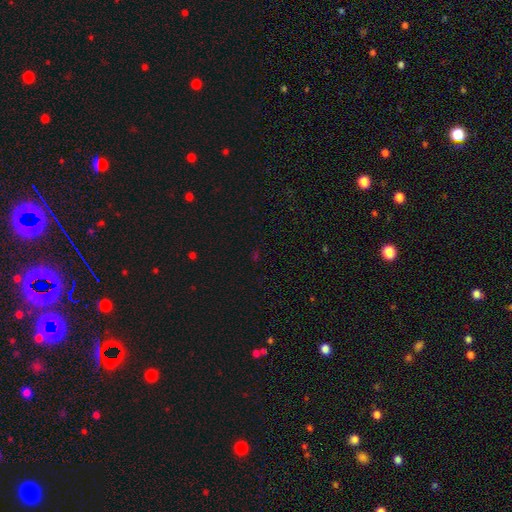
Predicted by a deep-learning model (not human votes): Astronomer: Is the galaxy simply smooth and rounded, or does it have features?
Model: star or artifact — 66%.